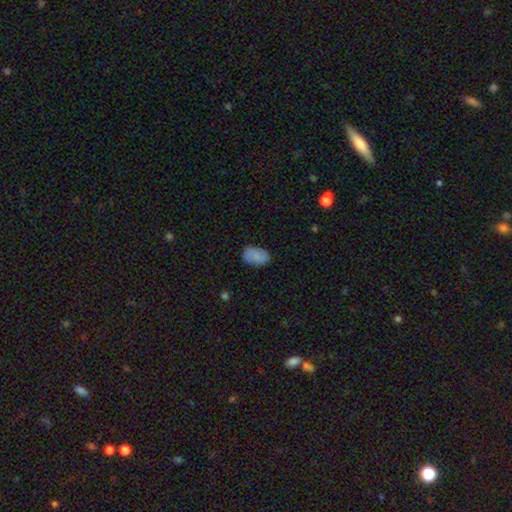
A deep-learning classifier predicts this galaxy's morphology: This appears to be a smooth galaxy with no disk features (81%) that is in between round and cigar-shaped (90%). Merging: none (79%).